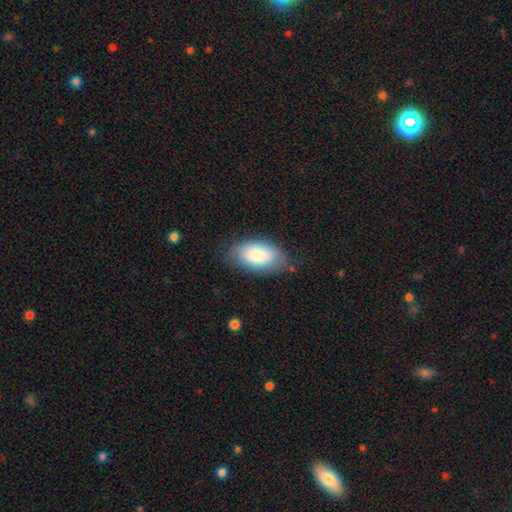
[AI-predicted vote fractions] Smooth or featured? Predicted: smooth (p=0.81). How rounded? Predicted: in between (p=0.94). Merging? Predicted: none (p=0.76).